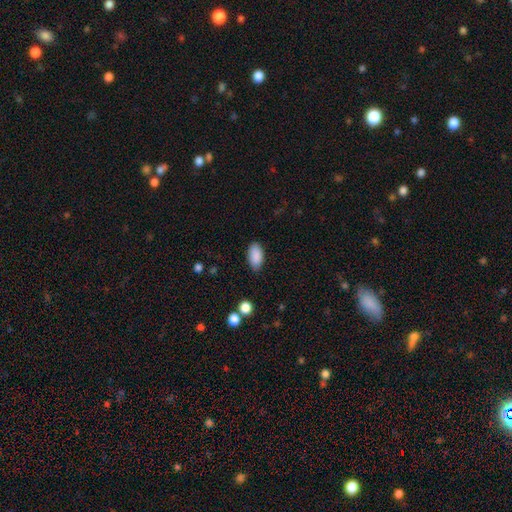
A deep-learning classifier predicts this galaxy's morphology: Smooth or featured: smooth — 89% (star or artifact — 7%)
How rounded: in between — 94% (round — 3%)
Merging: none — 83% (minor disturbance — 12%)